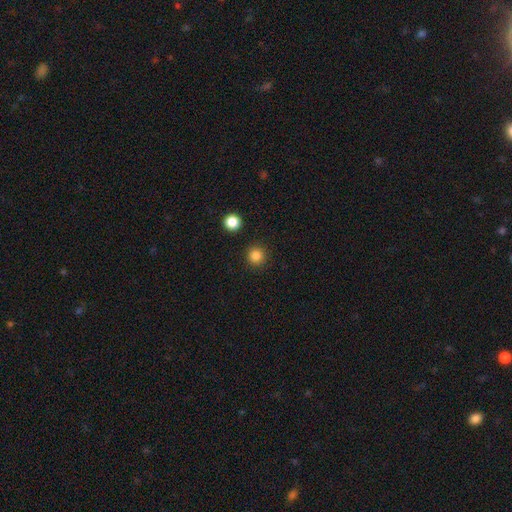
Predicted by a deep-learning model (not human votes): Overall: smooth (84%). How rounded: round (95%). Merging: none (91%).